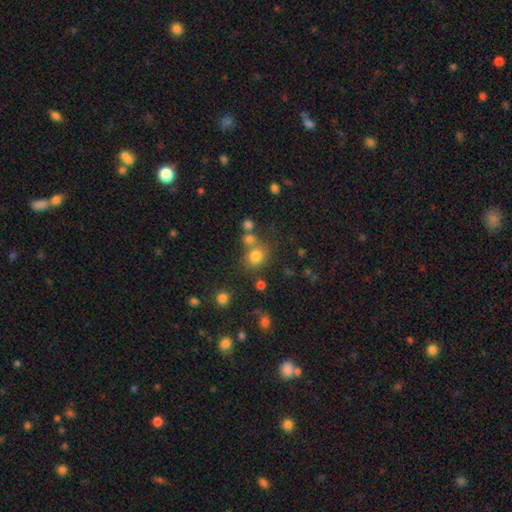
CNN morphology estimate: smooth-or-featured: smooth: 76% | star or artifact: 16% | featured or disk: 8%
  how-rounded: round: 81% | in between: 18% | cigar-shaped: 1%
  merging: none: 64% | merger: 21% | minor disturbance: 11% | major disturbance: 5%